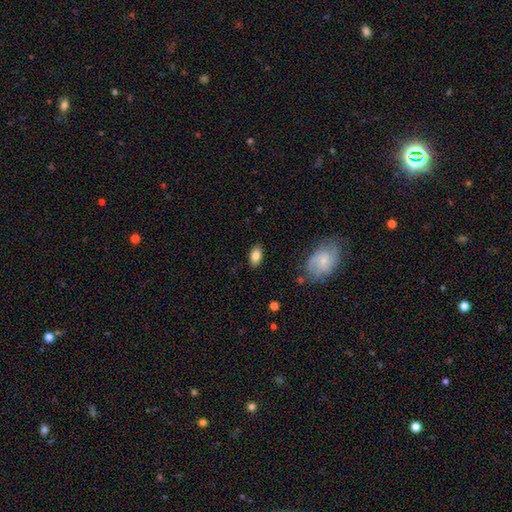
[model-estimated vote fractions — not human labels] Morphology: type=smooth (83%); roundness=in between (90%); merging=none (84%).